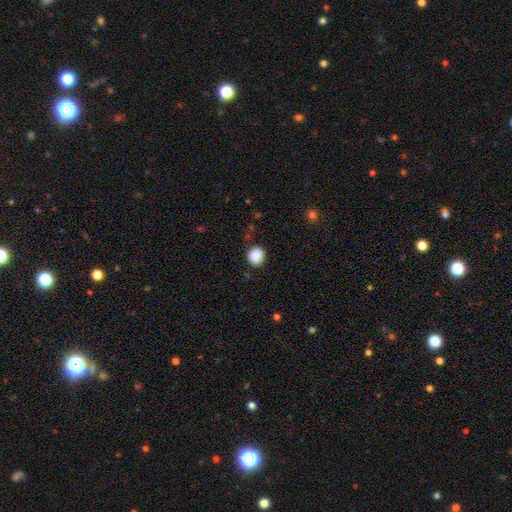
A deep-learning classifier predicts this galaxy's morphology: The model was most divided on "how rounded": round: 82%, in between: 17%, cigar-shaped: 1%. More confident: smooth or featured — smooth (89%); merging — none (86%).